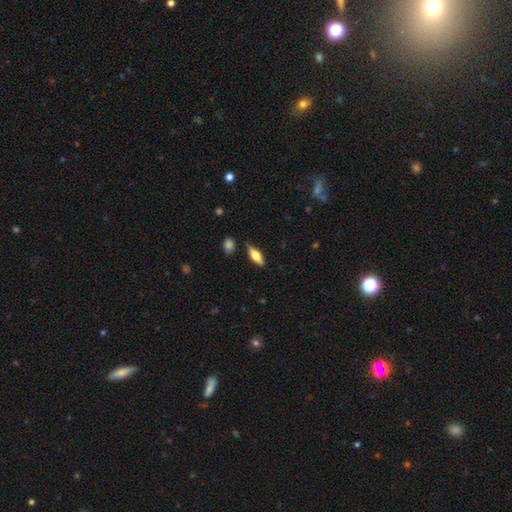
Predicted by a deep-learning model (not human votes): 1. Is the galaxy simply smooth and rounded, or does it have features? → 51% smooth, 42% featured or disk, 7% star or artifact.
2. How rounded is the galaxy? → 58% in between, 39% cigar-shaped, 3% round.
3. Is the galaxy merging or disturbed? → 83% none, 12% minor disturbance, 3% merger, 3% major disturbance.